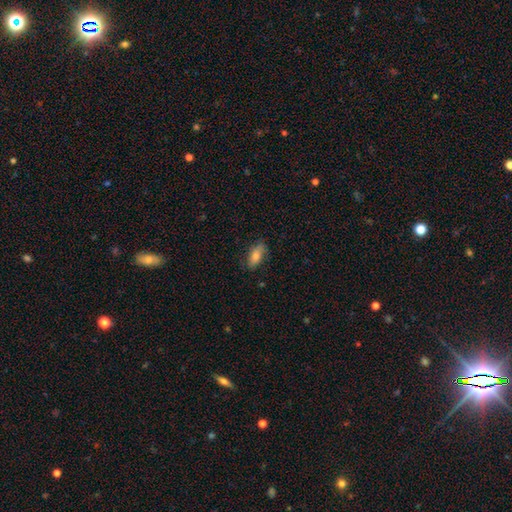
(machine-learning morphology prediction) Smooth or featured?
  - smooth: 75% *
  - featured or disk: 17%
  - star or artifact: 8%
How rounded?
  - in between: 82% *
  - cigar-shaped: 15%
  - round: 4%
Merging?
  - none: 78% *
  - minor disturbance: 17%
  - major disturbance: 4%
  - merger: 1%